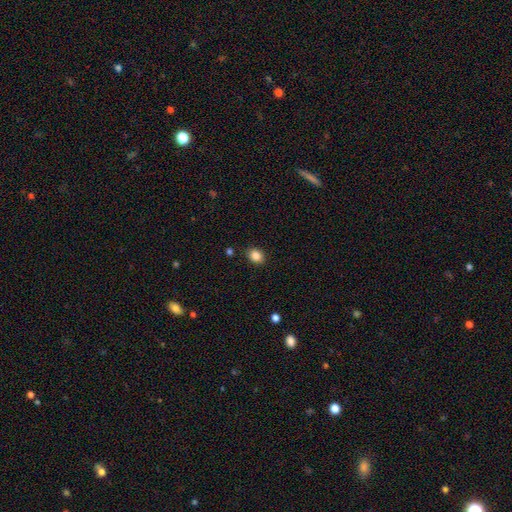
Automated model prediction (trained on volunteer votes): Smooth or featured: smooth — 85% (star or artifact — 10%)
How rounded: in between — 51% (round — 48%)
Merging: none — 87% (minor disturbance — 9%)